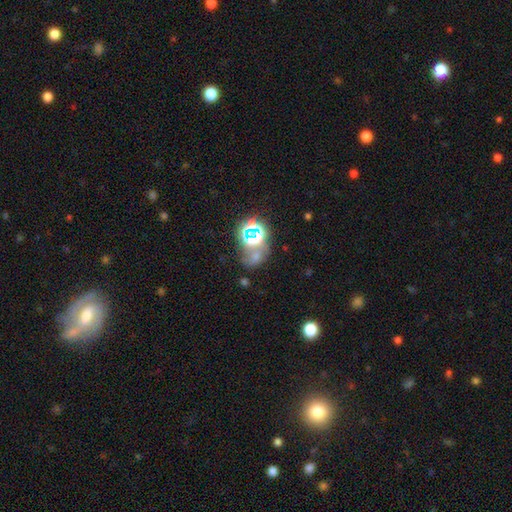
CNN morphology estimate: Q: Smooth or featured?
A: star or artifact (56%); runner-up: smooth (27%)